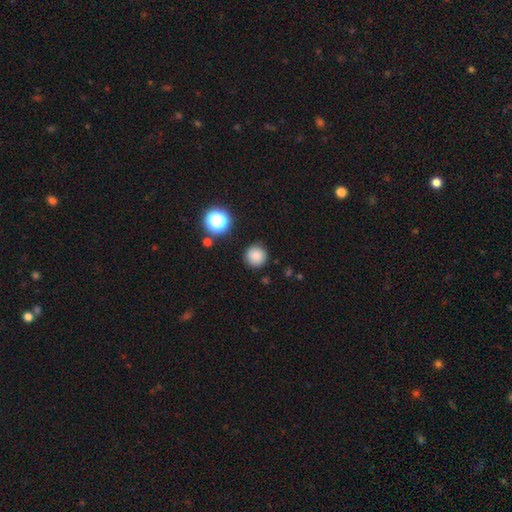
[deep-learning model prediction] The model was most divided on "smooth or featured": smooth: 83%, star or artifact: 12%, featured or disk: 5%. More confident: how rounded — round (95%); merging — none (87%).